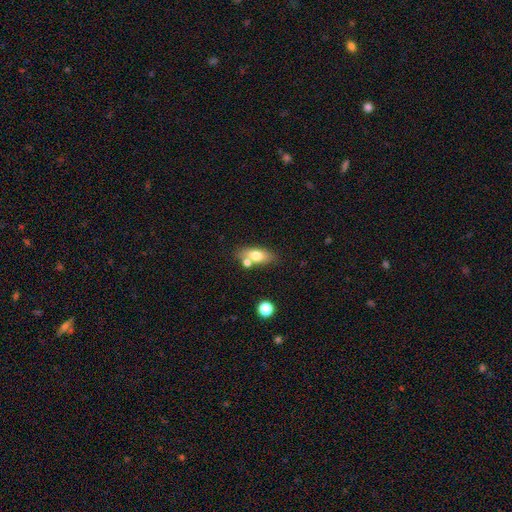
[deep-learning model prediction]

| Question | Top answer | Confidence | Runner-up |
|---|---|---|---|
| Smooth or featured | smooth | 70% | featured or disk (22%) |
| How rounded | in between | 79% | cigar-shaped (13%) |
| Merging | none | 62% | merger (21%) |